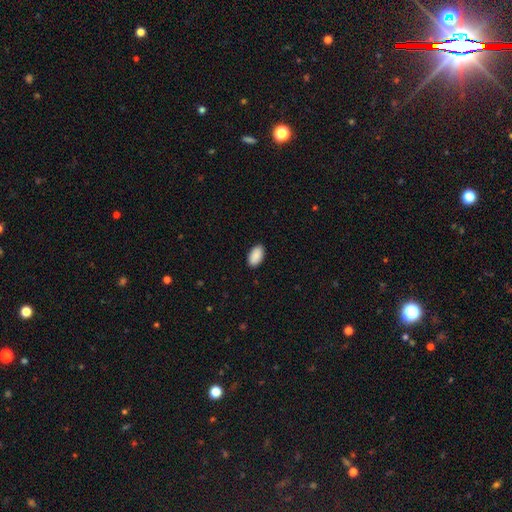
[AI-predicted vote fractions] Smooth or featured? smooth (91%)
How rounded? in between (96%)
Merging? none (89%)